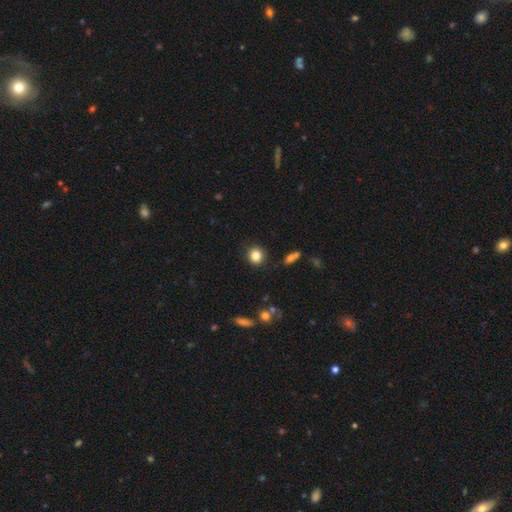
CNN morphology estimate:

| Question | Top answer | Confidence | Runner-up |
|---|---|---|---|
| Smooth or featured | smooth | 84% | star or artifact (10%) |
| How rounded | round | 85% | in between (14%) |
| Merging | none | 89% | minor disturbance (7%) |